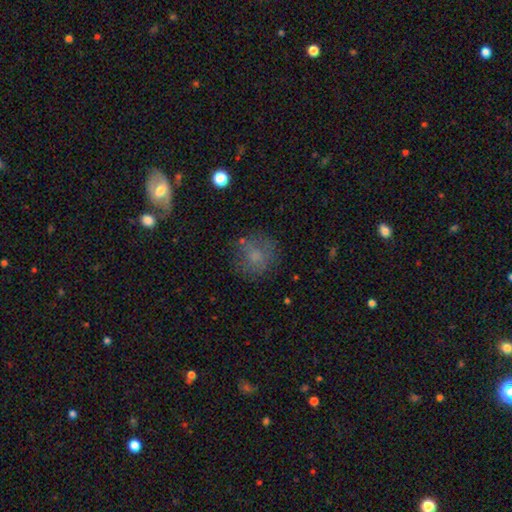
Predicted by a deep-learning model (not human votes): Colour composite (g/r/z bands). It shows a smooth galaxy with no disk features (67%) that is round (84%). Merging: none (68%).